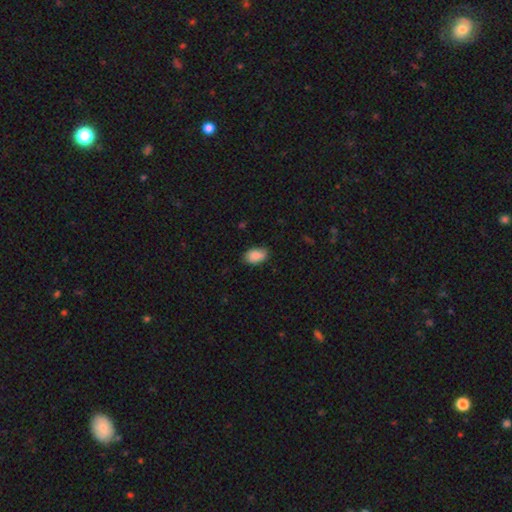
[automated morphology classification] This appears to be a smooth galaxy with no disk features (88%) that is in between round and cigar-shaped (90%). Merging: none (79%).